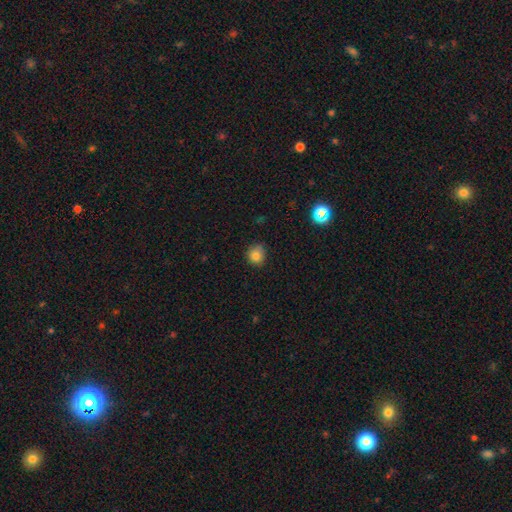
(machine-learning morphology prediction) smooth 81%, star or artifact 13%, featured or disk 6%. Down the decision tree: how rounded — round (80%); merging — none (76%).